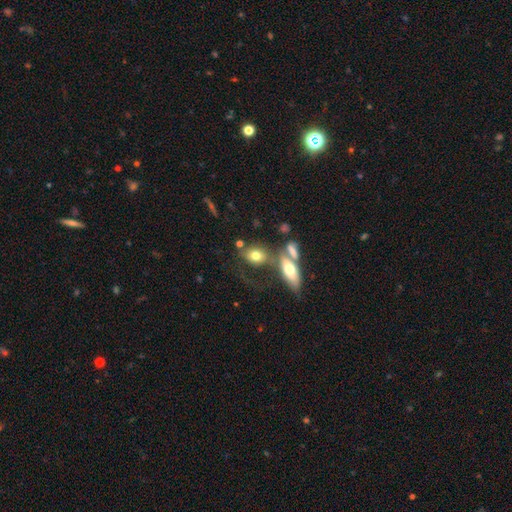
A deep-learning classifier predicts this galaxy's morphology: This is likely a smooth galaxy (70%). How rounded: likely in between (72%). Merging: marginally merger (37%).